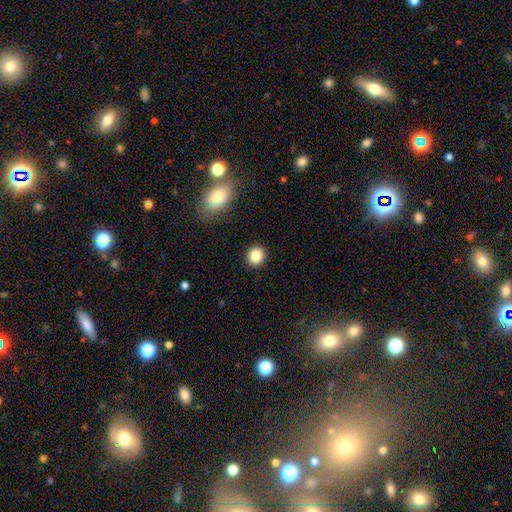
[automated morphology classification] Smooth or featured? smooth (84%)
How rounded? round (77%)
Merging? none (91%)